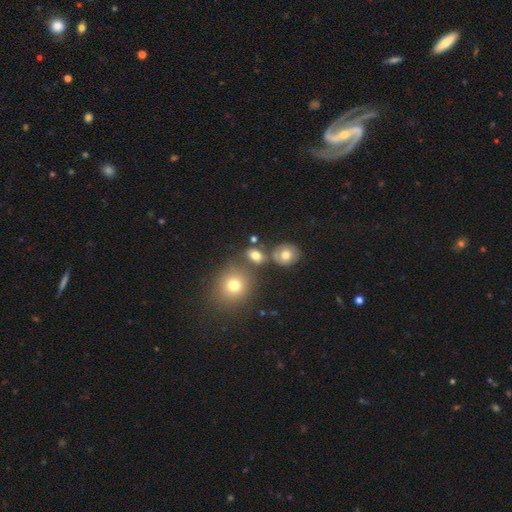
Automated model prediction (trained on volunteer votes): smooth 71%, featured or disk 15%, star or artifact 14%. Down the decision tree: how rounded — in between (58%); merging — none (62%).